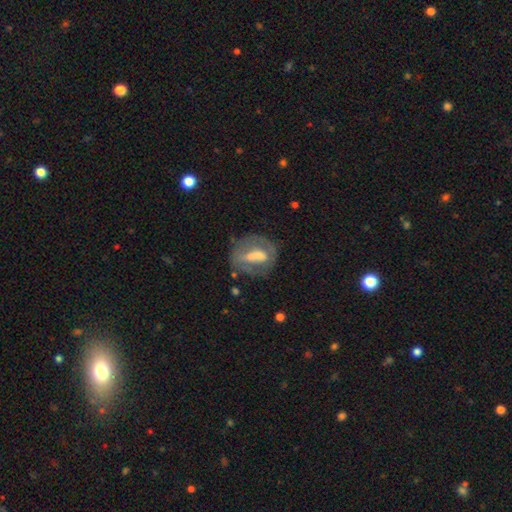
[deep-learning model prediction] A featured or disk galaxy (62%) with a strong bar (35%, tied with weak), no spiral arms (55%) and a moderate central bulge (44%).

Vote fractions:
- Smooth or featured? featured or disk: 62% / smooth: 29% / star or artifact: 9%
- Edge-on disk? no: 91% / yes: 9%
- Bar? strong: 35% (tied) / weak: 35% (tied) / no: 30%
- Spiral arms? no: 55% / yes: 45%
- Bulge size? moderate: 44% / small: 30% / large: 12% / none: 12% / dominant: 2%
- Merging? none: 62% / minor disturbance: 20% / major disturbance: 14% / merger: 5%